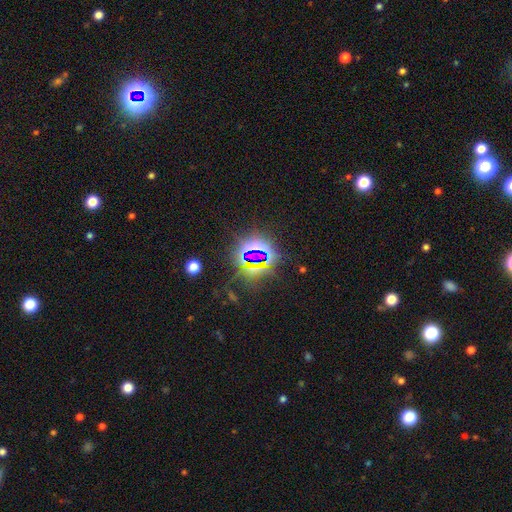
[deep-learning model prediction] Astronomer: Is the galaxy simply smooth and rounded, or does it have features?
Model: star or artifact — 80%.